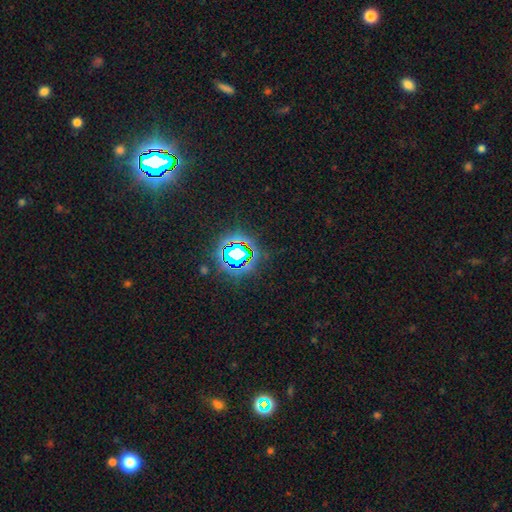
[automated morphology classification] Q: Smooth or featured?
A: star or artifact (81%); runner-up: smooth (12%)